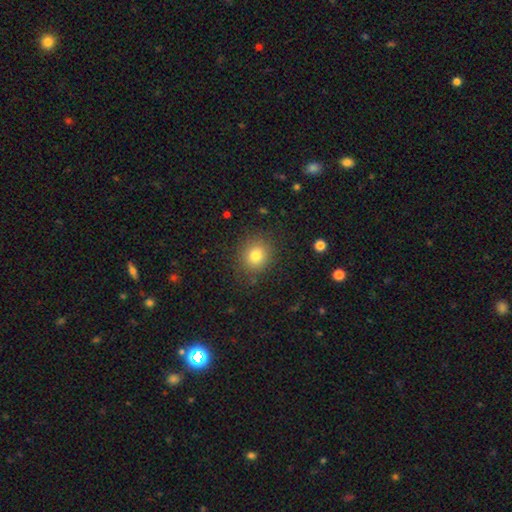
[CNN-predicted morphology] A smooth galaxy with no disk features (79%) that is round (84%). Merging: none (85%).